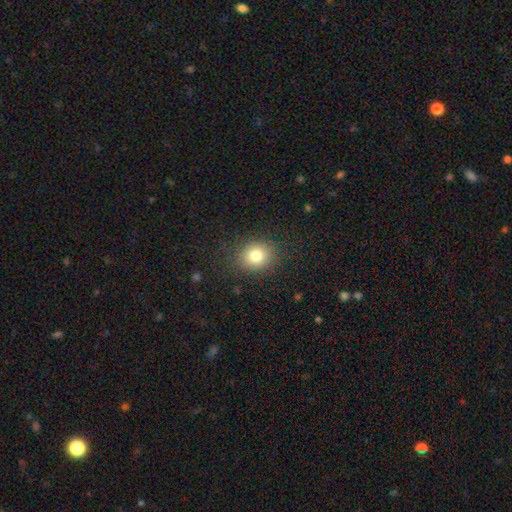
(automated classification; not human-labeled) Overall: smooth (80%). How rounded: round (73%). Merging: none (86%).